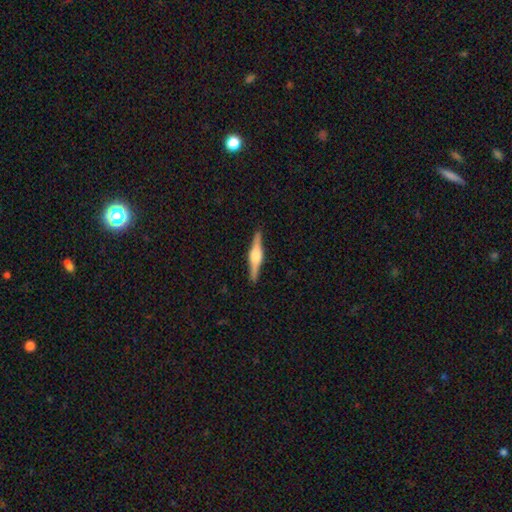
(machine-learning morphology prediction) Smooth or featured: featured or disk — 76% (smooth — 19%)
Edge-on disk: yes — 98% (no — 2%)
Edge-on bulge: rounded — 78% (boxy — 19%)
Merging: none — 91% (minor disturbance — 7%)